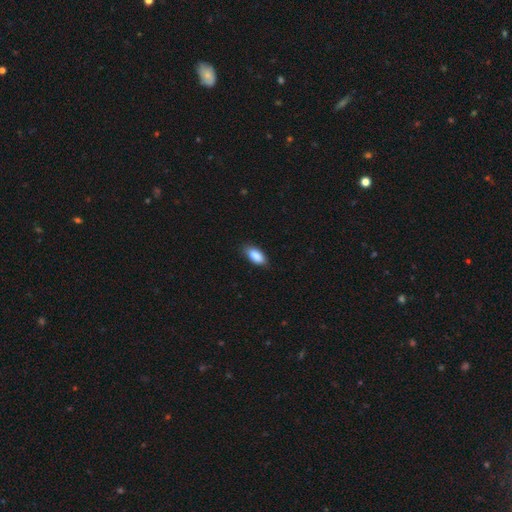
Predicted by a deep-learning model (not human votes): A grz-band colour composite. It shows a smooth galaxy with no disk features (88%) that is in between round and cigar-shaped (89%). Merging: none (83%).